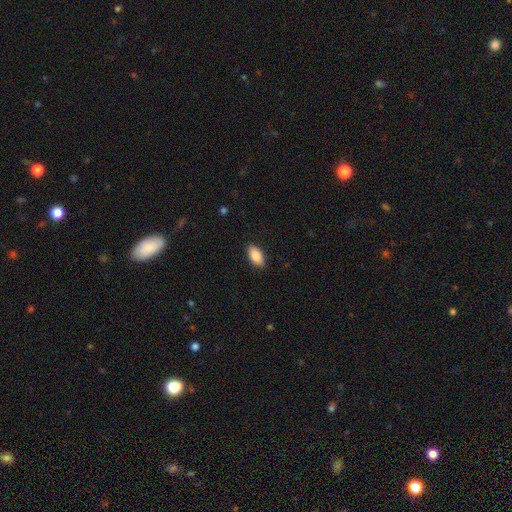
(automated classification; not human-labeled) A smooth galaxy with no disk features (87%) that is in between round and cigar-shaped (93%).

Vote fractions:
- Smooth or featured? smooth: 87% / featured or disk: 7% / star or artifact: 6%
- How rounded? in between: 93% / cigar-shaped: 4% / round: 3%
- Merging? none: 89% / minor disturbance: 8% / major disturbance: 2% / merger: 1%